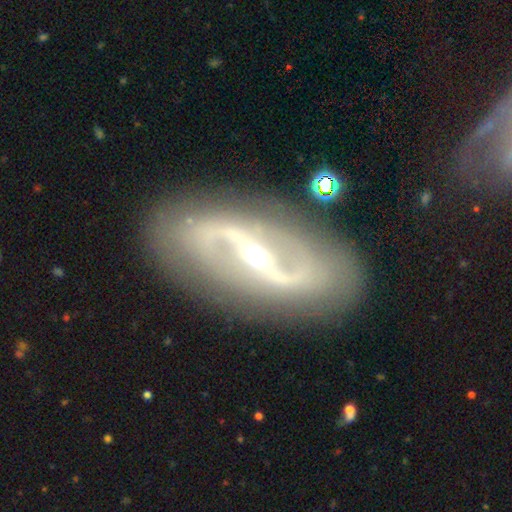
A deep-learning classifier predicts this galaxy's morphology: Smooth or featured?
  - featured or disk: 89% *
  - smooth: 6%
  - star or artifact: 5%
Edge-on disk?
  - no: 93% *
  - yes: 7%
Bar?
  - strong: 60% *
  - weak: 27%
  - no: 14%
Spiral arms?
  - yes: 91% *
  - no: 9%
Spiral winding?
  - loose: 41% *
  - medium: 38%
  - tight: 21%
Spiral arm count?
  - 2: 90% *
  - can't tell: 5%
  - 3: 2%
  - 1: 1%
  - 4: 1%
  - more than 4: 1%
Bulge size?
  - small: 57% *
  - moderate: 39%
  - large: 2%
  - none: 1%
  - dominant: 1%
Merging?
  - none: 83% *
  - minor disturbance: 11%
  - major disturbance: 4%
  - merger: 2%